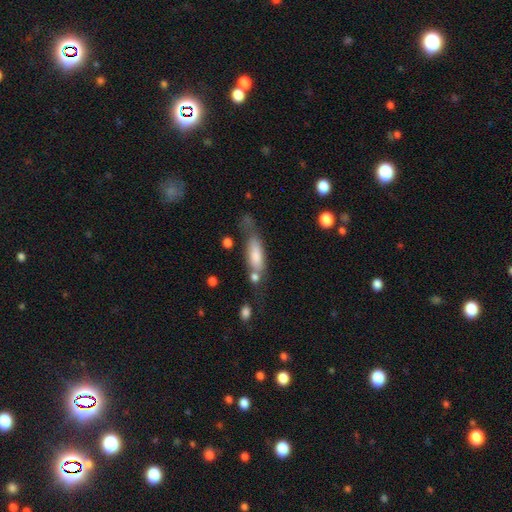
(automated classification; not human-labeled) Smooth or featured? Predicted: smooth (p=0.75). How rounded? Predicted: in between (p=0.56). Merging? Predicted: none (p=0.38).